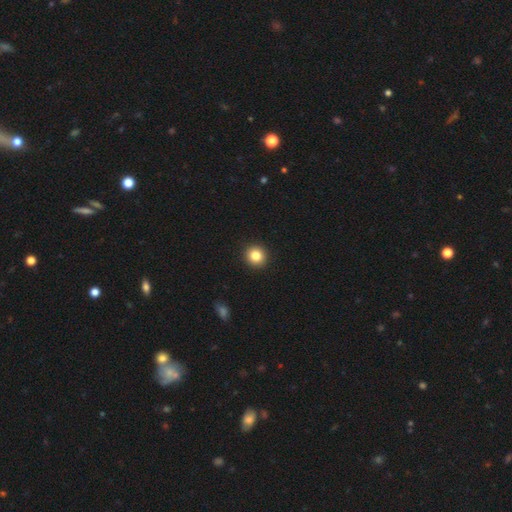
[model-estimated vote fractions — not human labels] Morphology: type=smooth (84%); roundness=round (92%); merging=none (93%).